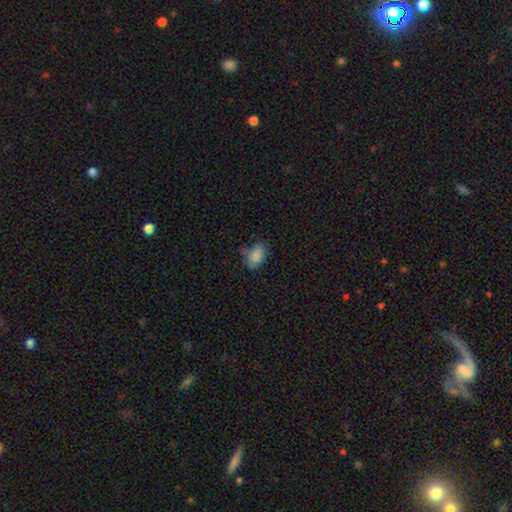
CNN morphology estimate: smooth 84%, star or artifact 9%, featured or disk 8%. Down the decision tree: how rounded — in between (87%); merging — none (58%).